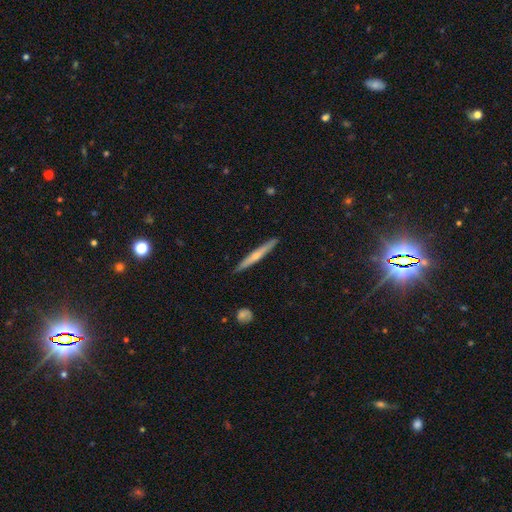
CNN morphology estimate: This is possibly a featured or disk galaxy (54%). It is clearly viewed edge-on (96%). Edge-on bulge: likely rounded (62%). Merging: clearly none (90%).